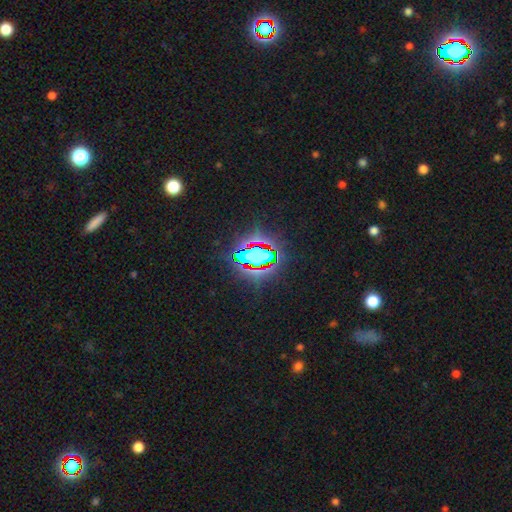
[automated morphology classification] Smooth or featured: star or artifact — 67% (smooth — 19%)